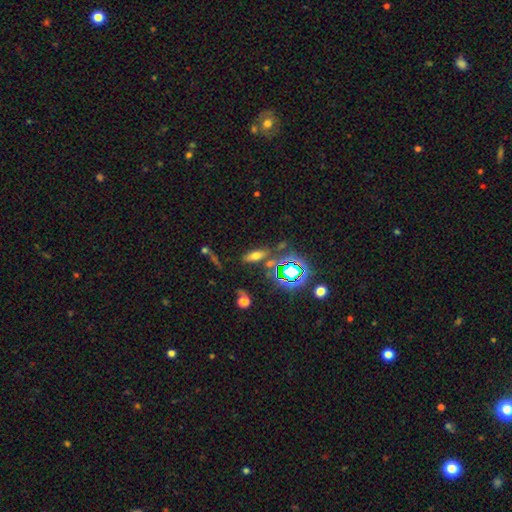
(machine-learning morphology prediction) Smooth or featured? Predicted: smooth (p=0.56). How rounded? Predicted: in between (p=0.59). Merging? Predicted: none (p=0.75).